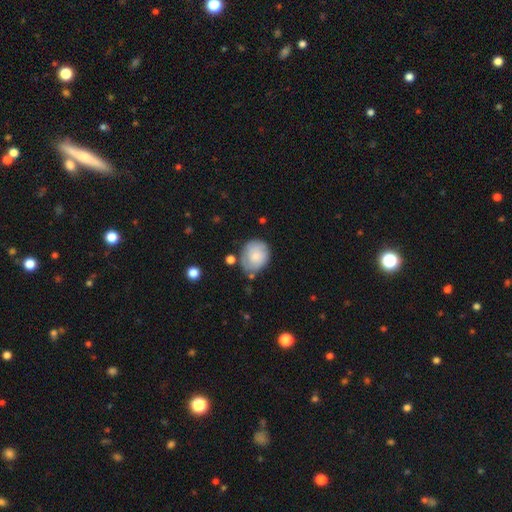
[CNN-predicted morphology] This appears to be a smooth galaxy with no disk features (71%) that is round (59%). Merging: none (61%).